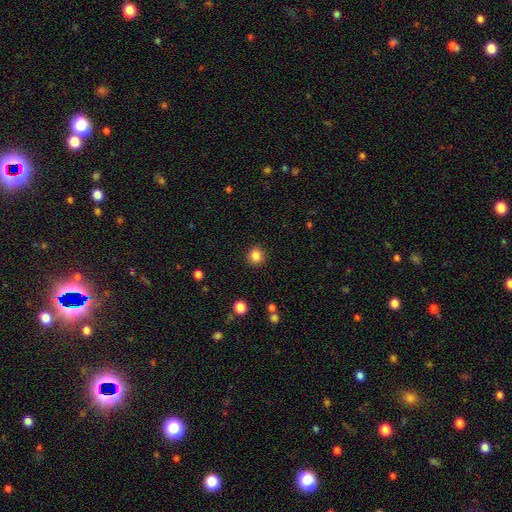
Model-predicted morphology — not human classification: The model was most divided on "smooth or featured": smooth: 85%, star or artifact: 11%, featured or disk: 4%. More confident: merging — none (90%); how rounded — round (88%).